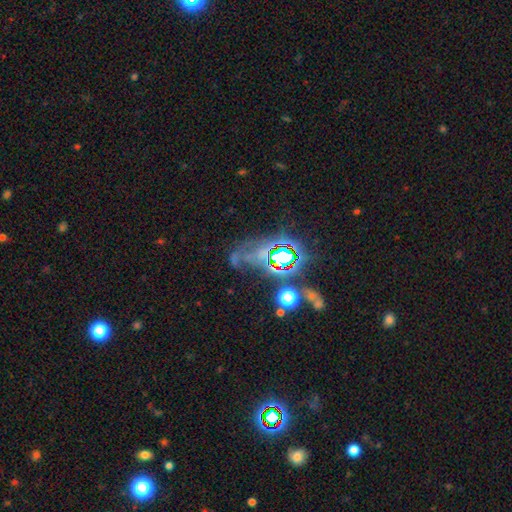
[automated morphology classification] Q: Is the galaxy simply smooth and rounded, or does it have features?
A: star or artifact — 67%.